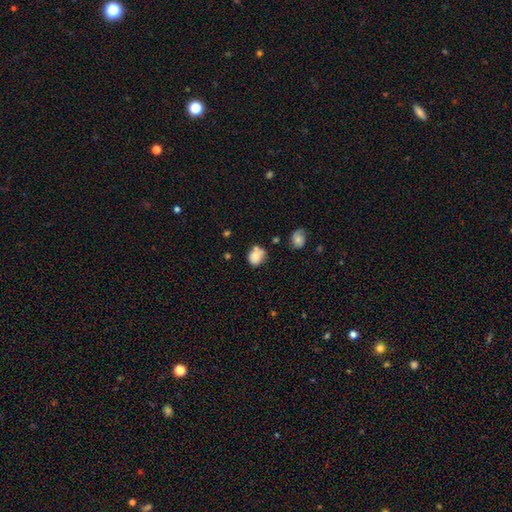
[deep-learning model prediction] A smooth galaxy with no disk features (78%) that is round (63%).

Vote fractions:
- Smooth or featured? smooth: 78% / featured or disk: 13% / star or artifact: 10%
- How rounded? round: 63% / in between: 36% / cigar-shaped: 1%
- Merging? none: 51% / minor disturbance: 24% / merger: 18% / major disturbance: 7%